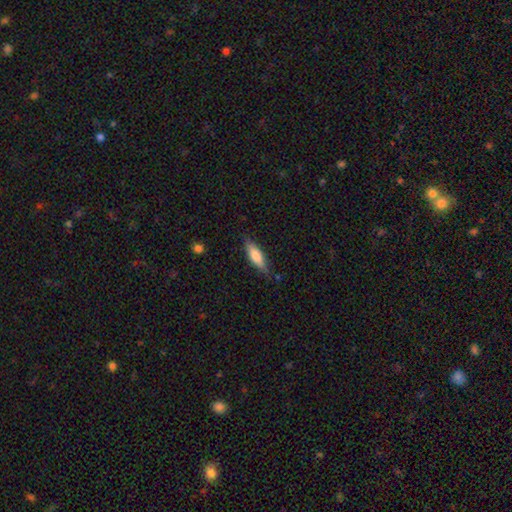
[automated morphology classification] smooth 73%, featured or disk 21%, star or artifact 6%. Down the decision tree: how rounded — cigar-shaped (52%); merging — none (77%).